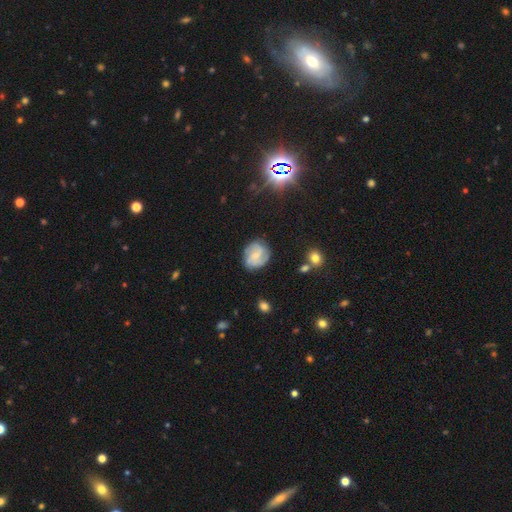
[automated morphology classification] featured or disk 66%, smooth 26%, star or artifact 8%. Down the decision tree: edge-on disk — no (98%); bar — no (49%); spiral arms — yes (92%); spiral arm count — 2 (34%); spiral winding — medium (45%); bulge size — small (61%); merging — none (75%).